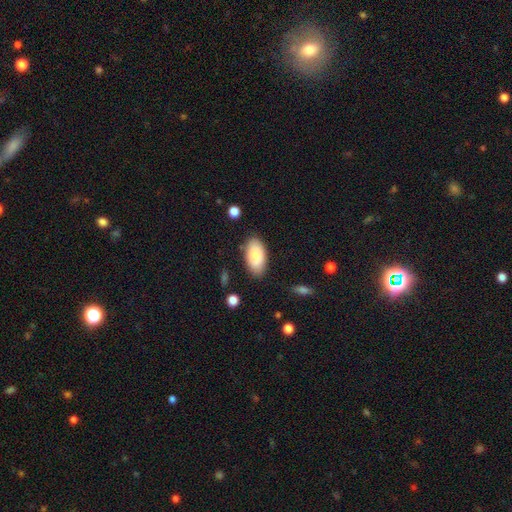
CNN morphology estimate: Smooth or featured: smooth — 85% (featured or disk — 9%)
How rounded: in between — 95% (cigar-shaped — 3%)
Merging: none — 83% (minor disturbance — 12%)